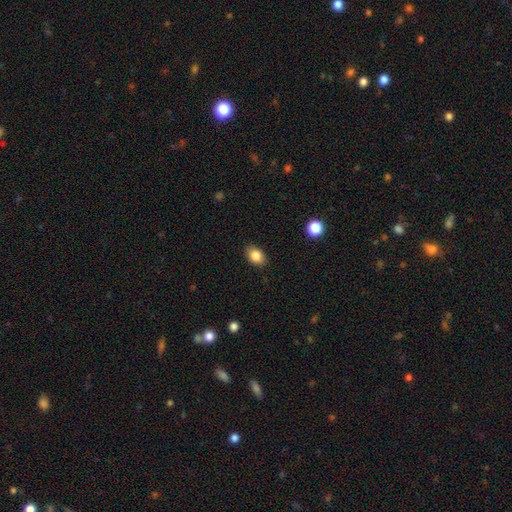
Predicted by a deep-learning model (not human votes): smooth-or-featured: smooth: 85% | star or artifact: 9% | featured or disk: 6%
  how-rounded: in between: 76% | round: 23% | cigar-shaped: 1%
  merging: none: 87% | minor disturbance: 10% | major disturbance: 2% | merger: 1%